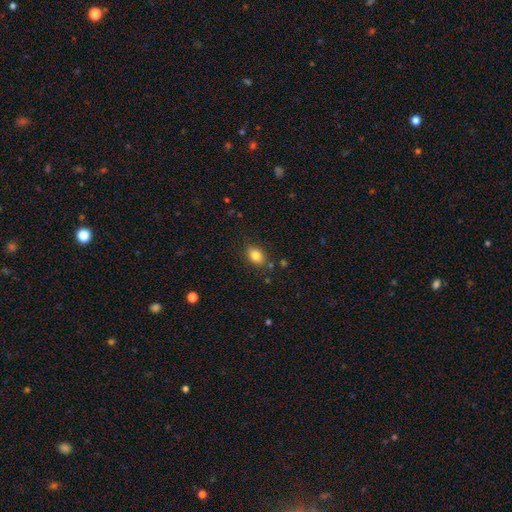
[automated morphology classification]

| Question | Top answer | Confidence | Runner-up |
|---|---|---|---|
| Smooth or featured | smooth | 83% | star or artifact (10%) |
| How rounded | in between | 68% | round (30%) |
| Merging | none | 82% | minor disturbance (12%) |